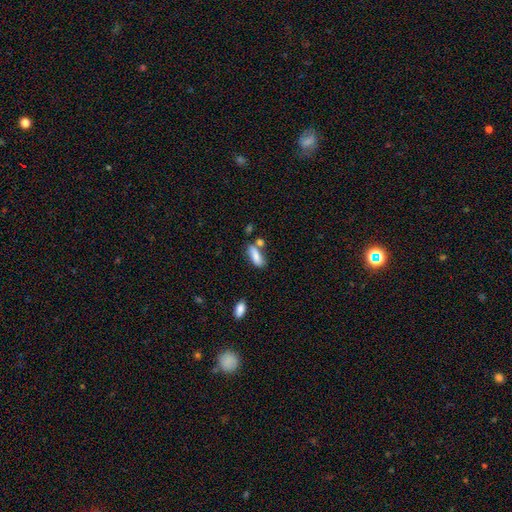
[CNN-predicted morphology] smooth-or-featured: smooth: 80% | featured or disk: 13% | star or artifact: 7%
  how-rounded: in between: 69% | cigar-shaped: 28% | round: 3%
  merging: none: 55% | minor disturbance: 20% | merger: 20% | major disturbance: 6%